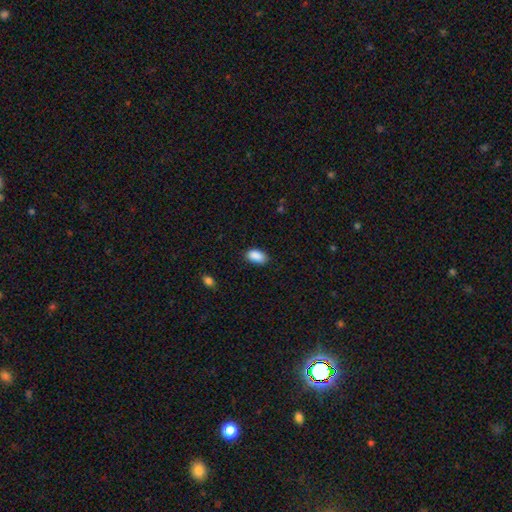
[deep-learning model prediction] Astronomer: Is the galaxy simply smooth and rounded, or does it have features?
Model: smooth — 90%.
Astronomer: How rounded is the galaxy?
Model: in between — 93%.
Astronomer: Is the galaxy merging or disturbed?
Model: none — 81%.